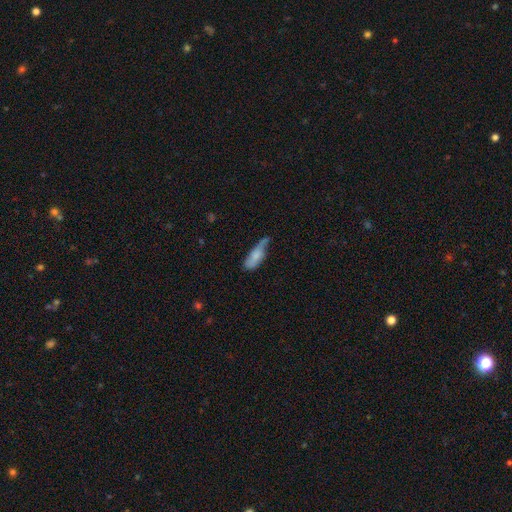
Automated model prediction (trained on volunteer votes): This appears to be a smooth galaxy with no disk features (69%) that is in between round and cigar-shaped (58%). Merging: minor disturbance (41%).